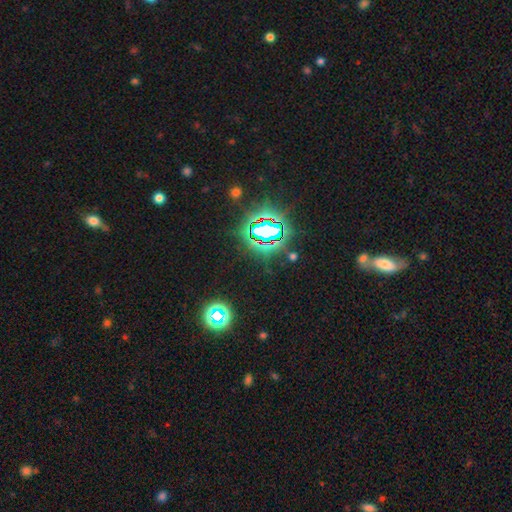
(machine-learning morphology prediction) Smooth or featured?
  - star or artifact: 77% *
  - smooth: 14%
  - featured or disk: 9%